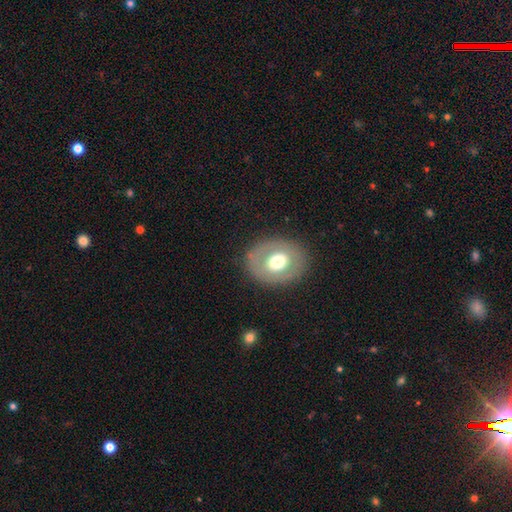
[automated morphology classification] Smooth or featured? Predicted: smooth (p=0.50). Merging? Predicted: none (p=0.84).